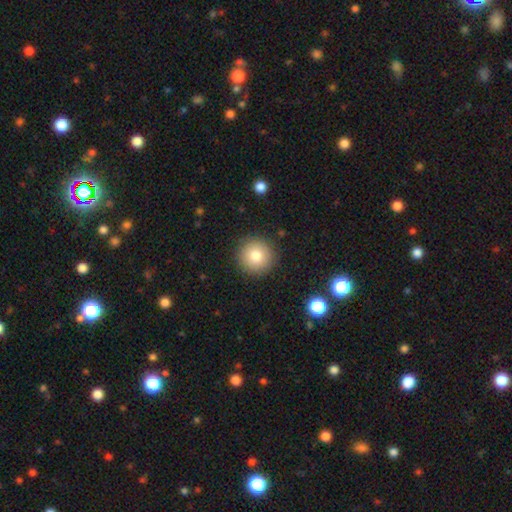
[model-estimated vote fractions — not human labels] This is likely a smooth galaxy (80%). How rounded: clearly round (95%). Merging: clearly none (90%).